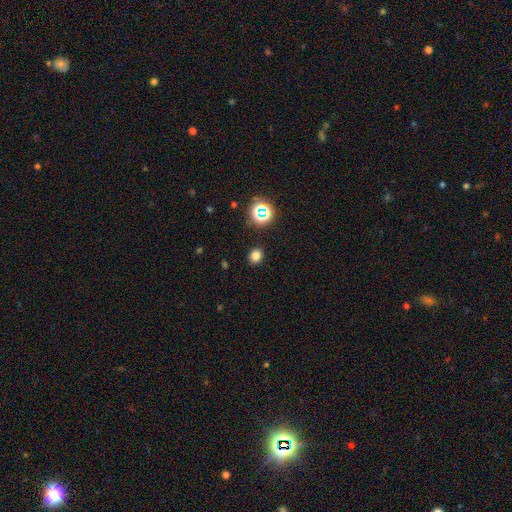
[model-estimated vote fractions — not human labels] A smooth galaxy with no disk features (76%) that is round (69%).

Vote fractions:
- Smooth or featured? smooth: 76% / star or artifact: 19% / featured or disk: 5%
- How rounded? round: 69% / in between: 31% / cigar-shaped: 1%
- Merging? none: 90% / minor disturbance: 7% / major disturbance: 2% / merger: 1%